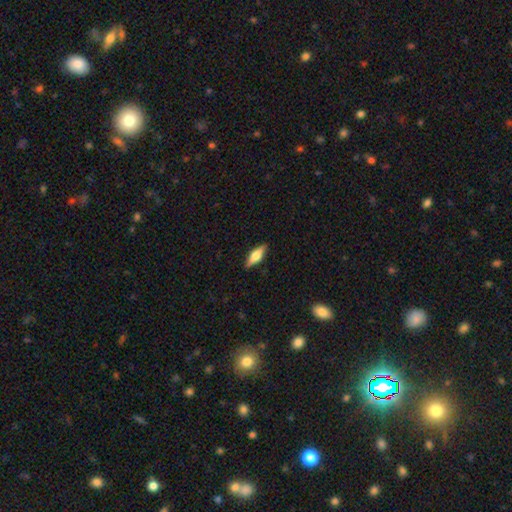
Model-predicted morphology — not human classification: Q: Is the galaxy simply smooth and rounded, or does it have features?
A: featured or disk — 48%.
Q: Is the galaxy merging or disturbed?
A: none — 89%.